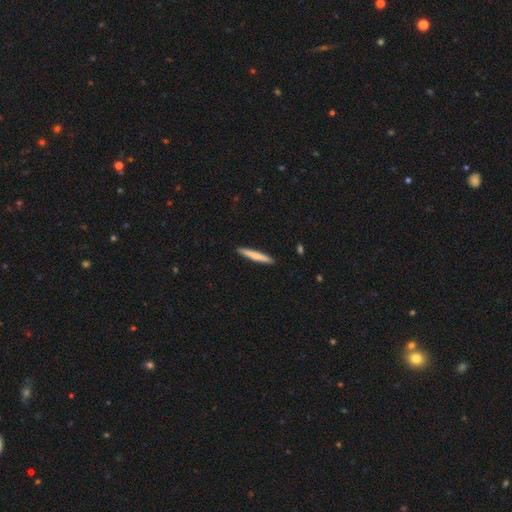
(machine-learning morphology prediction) Smooth or featured? smooth (68%)
How rounded? cigar-shaped (95%)
Merging? none (92%)